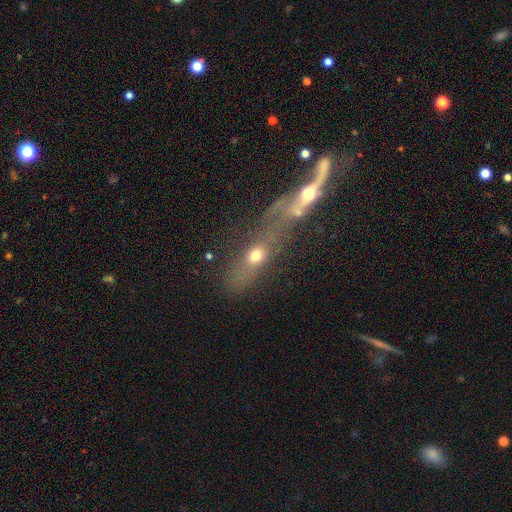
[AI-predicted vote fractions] Q: Smooth or featured?
A: smooth (52%); runner-up: featured or disk (31%)
Q: How rounded?
A: in between (46%); runner-up: cigar-shaped (30%)
Q: Merging?
A: merger (53%); runner-up: none (24%)